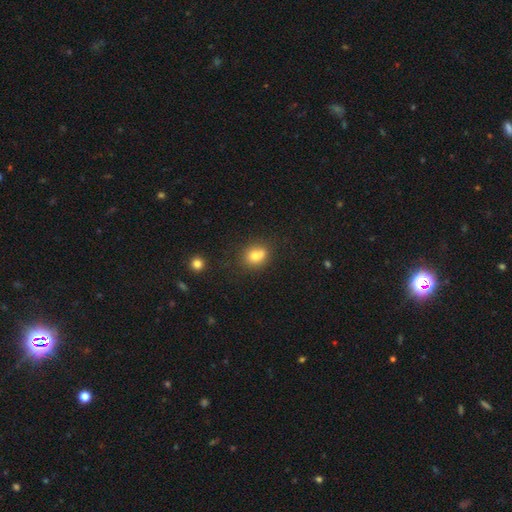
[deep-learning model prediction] Smooth or featured? Predicted: smooth (p=0.73). How rounded? Predicted: round (p=0.64). Merging? Predicted: none (p=0.50).